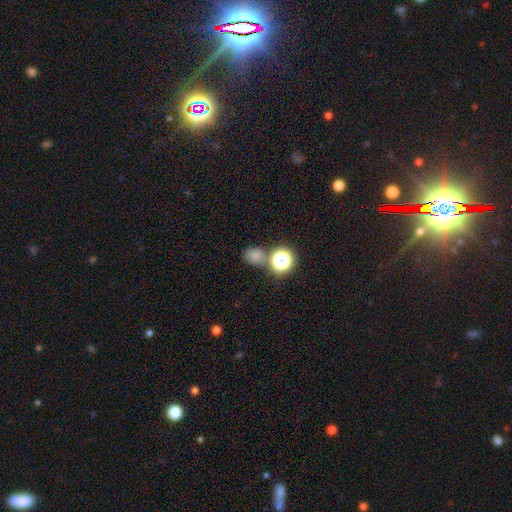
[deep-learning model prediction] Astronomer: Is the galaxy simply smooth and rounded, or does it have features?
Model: smooth — 70%.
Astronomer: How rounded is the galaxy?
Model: round — 54% (runner-up: in between, 45%).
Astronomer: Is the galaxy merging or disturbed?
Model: none — 63%.